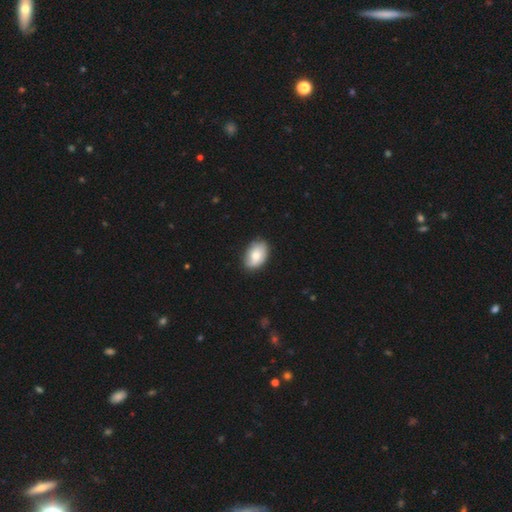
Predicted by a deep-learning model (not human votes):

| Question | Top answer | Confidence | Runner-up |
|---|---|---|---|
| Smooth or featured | smooth | 72% | featured or disk (21%) |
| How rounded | in between | 88% | round (11%) |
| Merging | none | 78% | minor disturbance (17%) |